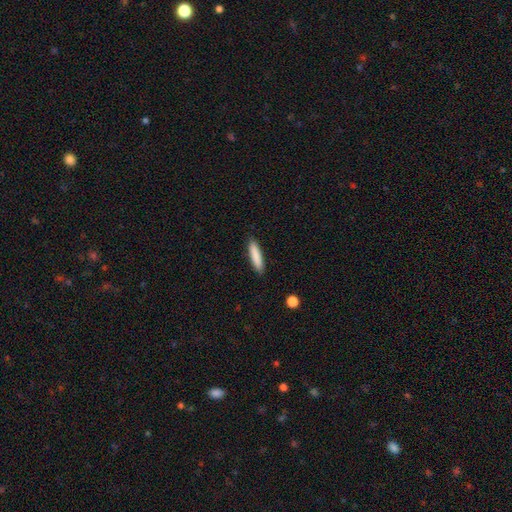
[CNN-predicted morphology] A smooth galaxy with no disk features (86%) that is cigar-shaped (84%). Merging: none (90%).